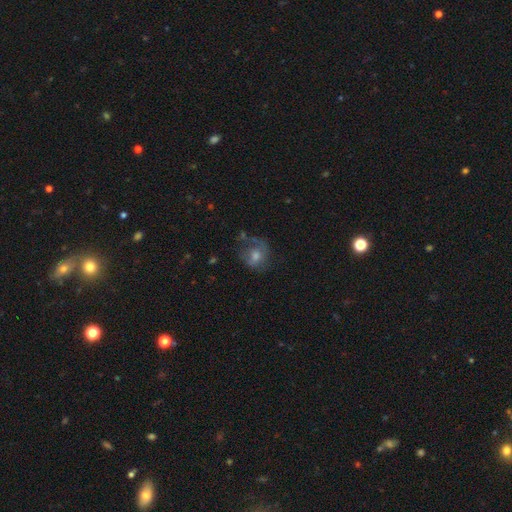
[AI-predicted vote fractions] A featured or disk galaxy (41%, tied with smooth). Merging: none (52%).